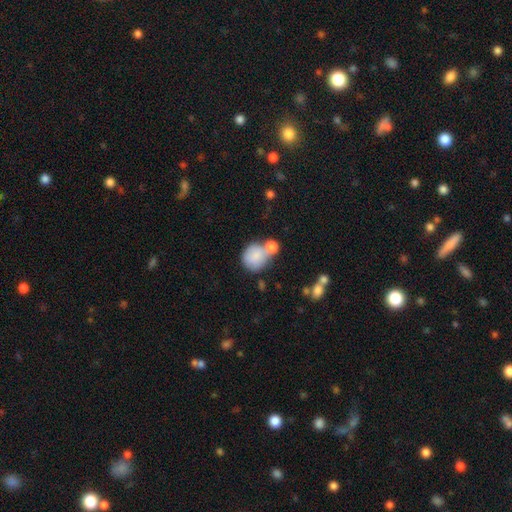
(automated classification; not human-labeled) Q: Smooth or featured?
A: smooth (82%); runner-up: featured or disk (11%)
Q: How rounded?
A: round (75%); runner-up: in between (24%)
Q: Merging?
A: merger (40%); runner-up: none (38%)